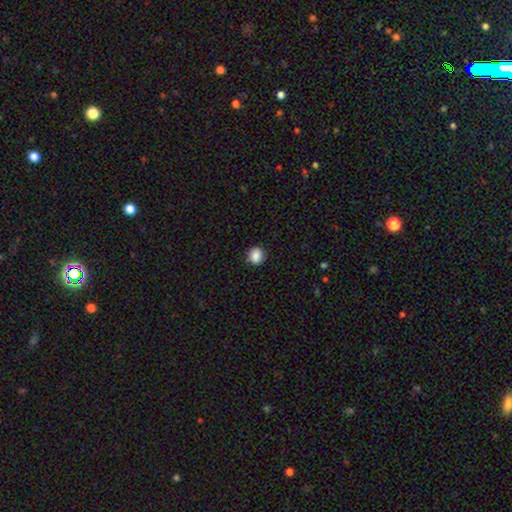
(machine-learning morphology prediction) smooth_or_featured: smooth (p=0.87) [alt: star or artifact p=0.09]
how_rounded: round (p=0.82) [alt: in between p=0.17]
merging: none (p=0.90) [alt: minor disturbance p=0.07]